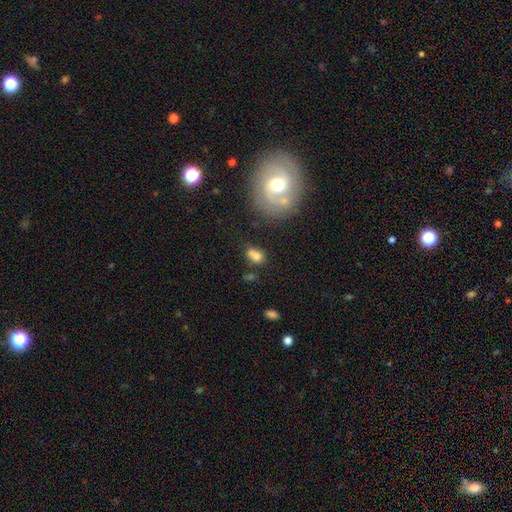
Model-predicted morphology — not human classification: The model was most divided on "merging": none: 38%, merger: 36%, minor disturbance: 16%, major disturbance: 9%. More confident: smooth or featured — smooth (72%); how rounded — in between (57%).